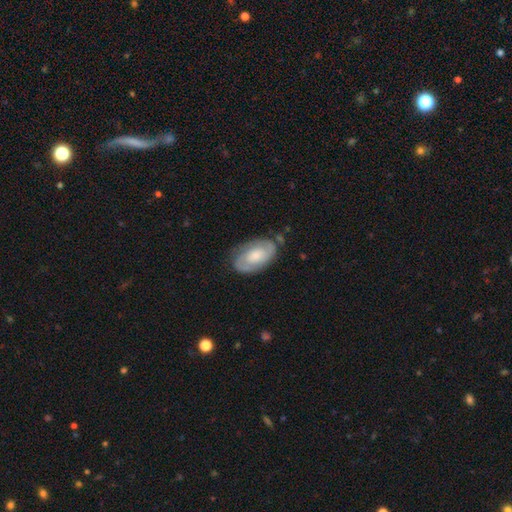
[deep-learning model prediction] Smooth or featured?
  - featured or disk: 65% *
  - smooth: 29%
  - star or artifact: 6%
Edge-on disk?
  - no: 95% *
  - yes: 5%
Bar?
  - no: 69% *
  - weak: 26%
  - strong: 5%
Spiral arms?
  - yes: 84% *
  - no: 16%
Spiral winding?
  - tight: 51% *
  - medium: 36%
  - loose: 13%
Spiral arm count?
  - 2: 72% *
  - can't tell: 18%
  - 1: 5%
  - 3: 2%
  - 4: 1%
  - more than 4: 1%
Bulge size?
  - moderate: 43% *
  - small: 33%
  - large: 15%
  - none: 7%
  - dominant: 2%
Merging?
  - none: 73% *
  - minor disturbance: 19%
  - major disturbance: 6%
  - merger: 2%